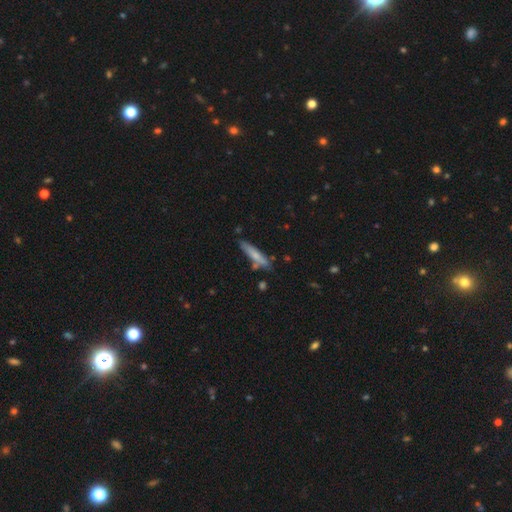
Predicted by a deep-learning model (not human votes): Smooth or featured?
  - smooth: 66% *
  - featured or disk: 28%
  - star or artifact: 6%
How rounded?
  - cigar-shaped: 86% *
  - in between: 12%
  - round: 2%
Merging?
  - none: 72% *
  - minor disturbance: 17%
  - merger: 8%
  - major disturbance: 3%